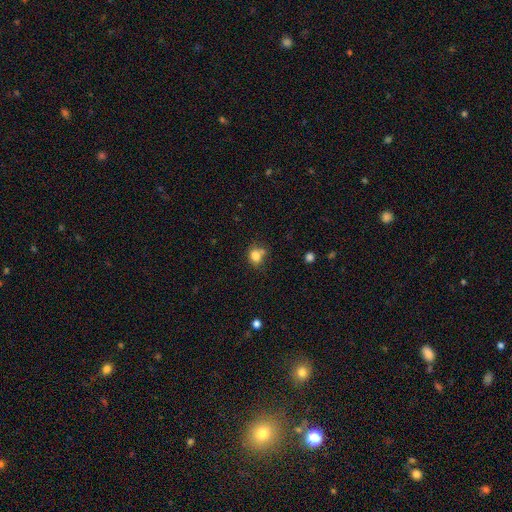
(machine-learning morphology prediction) Smooth or featured? smooth (80%)
How rounded? round (62%)
Merging? none (51%)